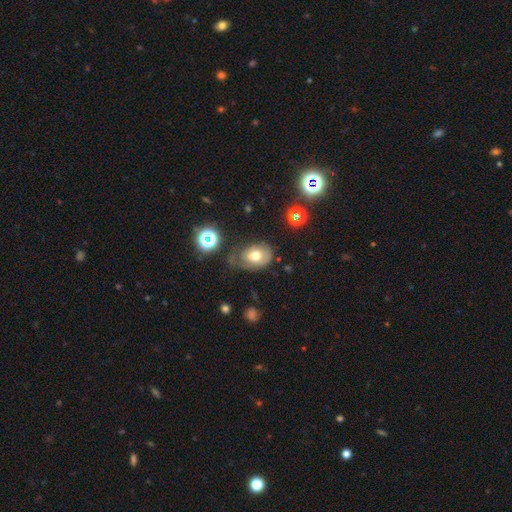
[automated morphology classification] This is likely a smooth galaxy (60%). How rounded: likely in between (71%). Merging: marginally none (41%).